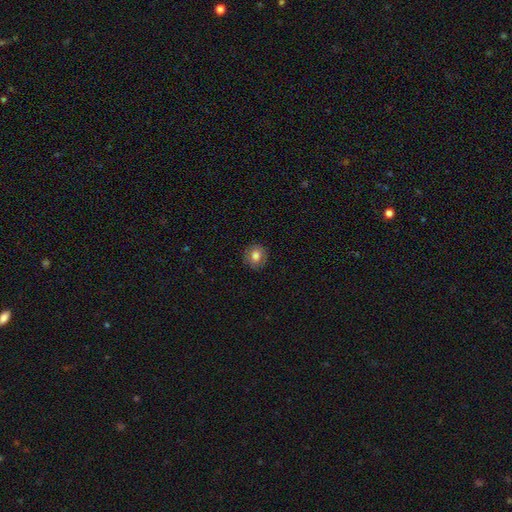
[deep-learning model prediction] Smooth or featured?
  - smooth: 78% *
  - featured or disk: 11%
  - star or artifact: 10%
How rounded?
  - round: 84% *
  - in between: 15%
  - cigar-shaped: 1%
Merging?
  - none: 87% *
  - minor disturbance: 9%
  - major disturbance: 2%
  - merger: 1%